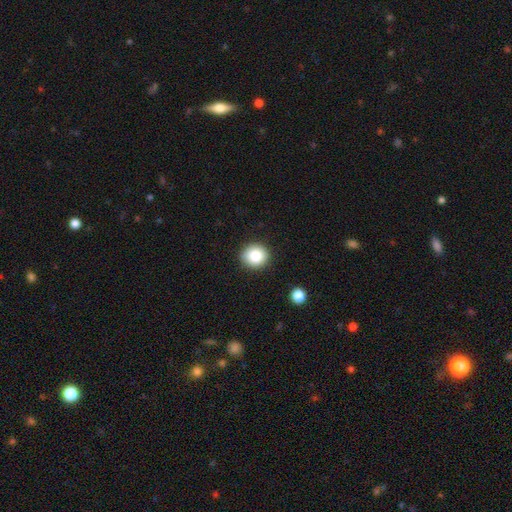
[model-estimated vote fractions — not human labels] This appears to be a smooth galaxy with no disk features (83%) that is round (88%). Merging: none (90%).